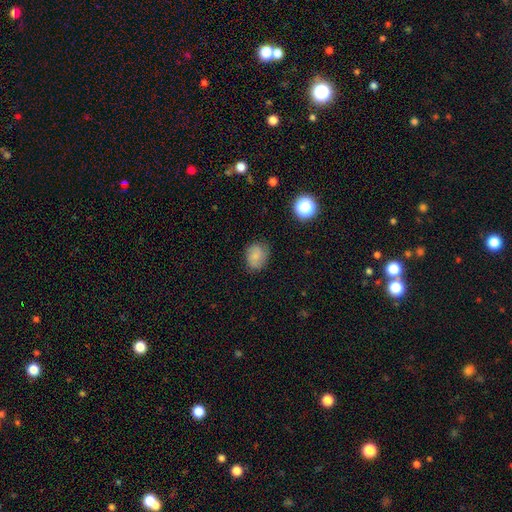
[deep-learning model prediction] Overall: smooth (74%). How rounded: round (50%; in between 49%). Merging: none (75%).